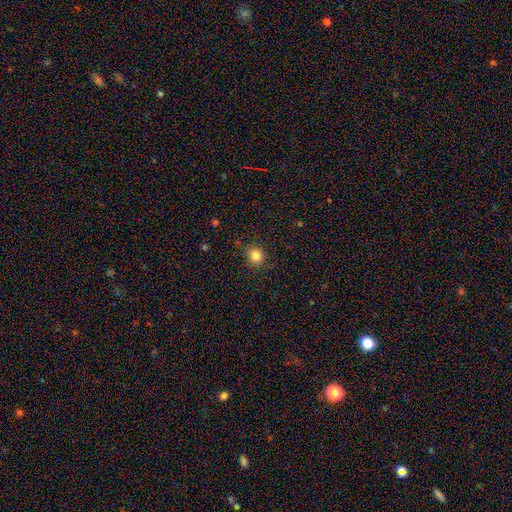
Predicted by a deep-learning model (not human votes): The model was most divided on "how rounded": round: 82%, in between: 17%, cigar-shaped: 1%. More confident: merging — none (85%); smooth or featured — smooth (83%).